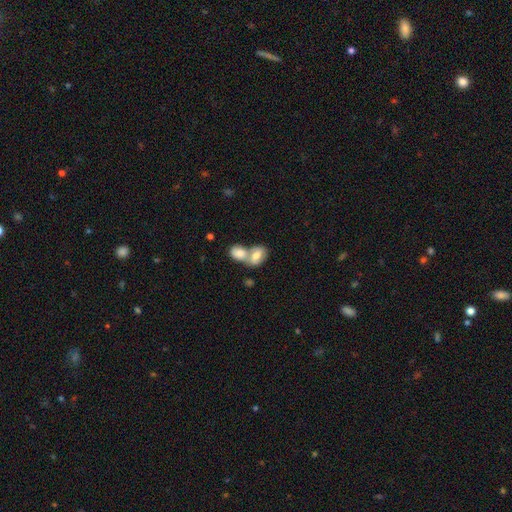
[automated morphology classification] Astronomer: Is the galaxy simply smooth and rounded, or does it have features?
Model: smooth — 75%.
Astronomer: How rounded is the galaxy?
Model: in between — 85%.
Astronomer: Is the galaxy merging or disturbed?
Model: merger — 73%.